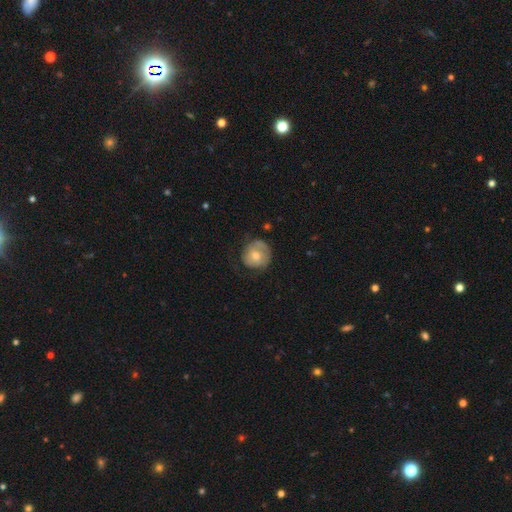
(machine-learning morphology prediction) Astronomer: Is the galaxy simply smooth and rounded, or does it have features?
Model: smooth — 54% (runner-up: featured or disk, 40%).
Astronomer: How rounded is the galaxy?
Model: round — 84%.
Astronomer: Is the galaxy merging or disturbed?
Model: none — 59%.